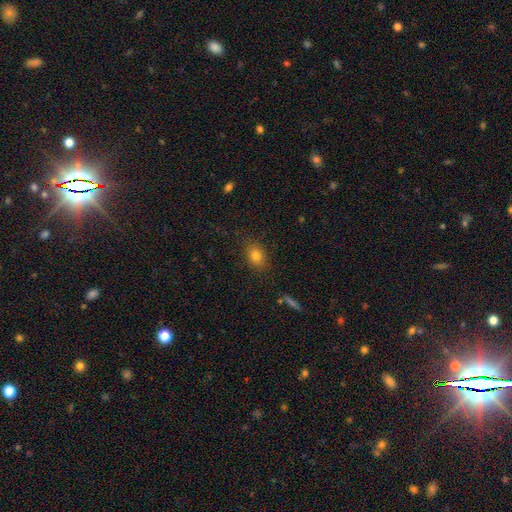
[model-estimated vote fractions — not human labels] smooth-or-featured: smooth: 79% | star or artifact: 12% | featured or disk: 9%
  how-rounded: in between: 66% | round: 32% | cigar-shaped: 2%
  merging: none: 83% | minor disturbance: 12% | major disturbance: 3% | merger: 1%